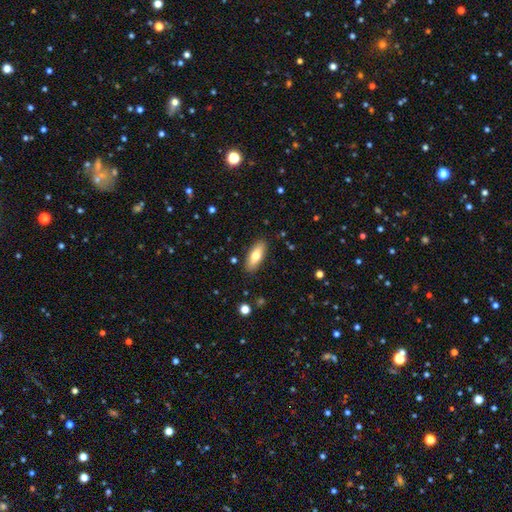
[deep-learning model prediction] Smooth or featured?
  - smooth: 73% *
  - featured or disk: 20%
  - star or artifact: 6%
How rounded?
  - in between: 73% *
  - cigar-shaped: 24%
  - round: 2%
Merging?
  - none: 87% *
  - minor disturbance: 9%
  - major disturbance: 2%
  - merger: 1%